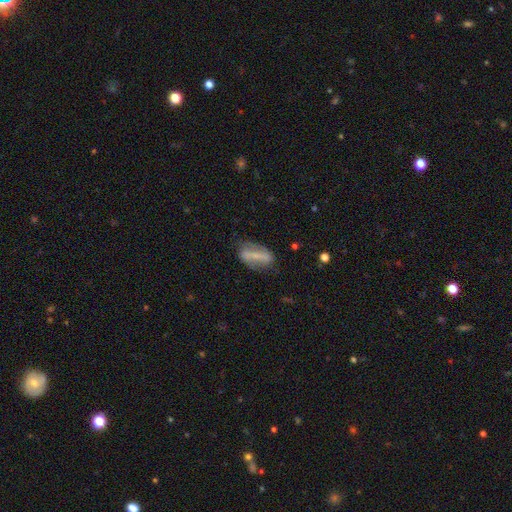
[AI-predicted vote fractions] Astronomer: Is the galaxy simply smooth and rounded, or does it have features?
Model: featured or disk — 58% (runner-up: smooth, 34%).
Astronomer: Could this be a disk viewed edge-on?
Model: no — 83%.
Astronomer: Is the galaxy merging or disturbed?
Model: none — 69%.